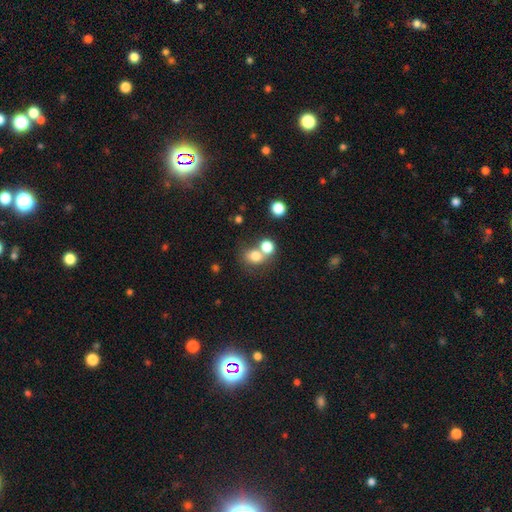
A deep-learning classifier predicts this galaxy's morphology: This appears to be a smooth galaxy with no disk features (75%) that is round (66%). Merging: merger (43%, tied with none).